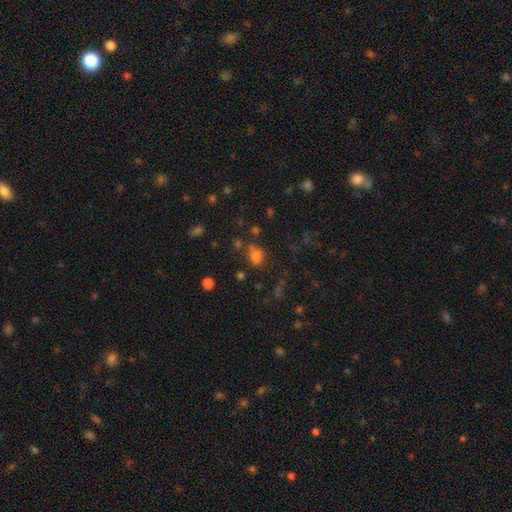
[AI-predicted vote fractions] Smooth or featured? smooth (68%)
How rounded? in between (53%)
Merging? none (62%)